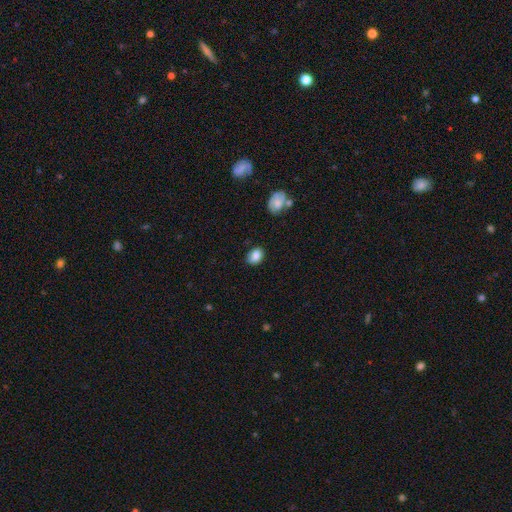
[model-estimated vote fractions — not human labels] A smooth galaxy with no disk features (81%) that is in between round and cigar-shaped (71%). Merging: none (66%).